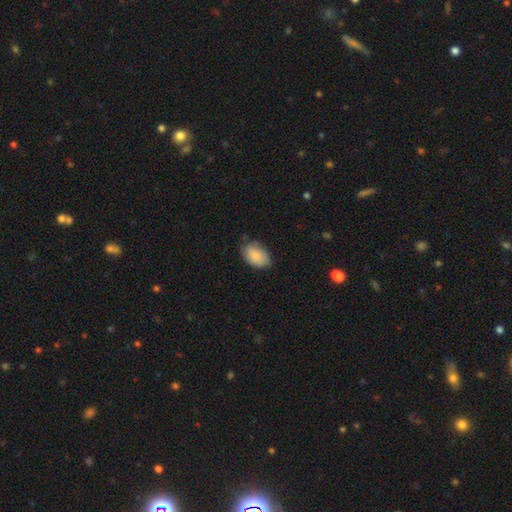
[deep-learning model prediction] A smooth galaxy with no disk features (85%) that is in between round and cigar-shaped (88%).

Vote fractions:
- Smooth or featured? smooth: 85% / featured or disk: 9% / star or artifact: 6%
- How rounded? in between: 88% / round: 10% / cigar-shaped: 1%
- Merging? none: 72% / minor disturbance: 23% / major disturbance: 4% / merger: 1%